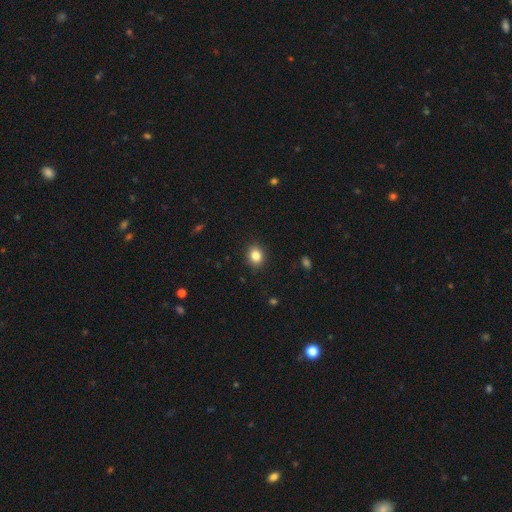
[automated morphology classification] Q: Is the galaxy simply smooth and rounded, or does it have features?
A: smooth — 84%.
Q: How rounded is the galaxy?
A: round — 55%.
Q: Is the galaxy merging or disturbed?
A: none — 90%.